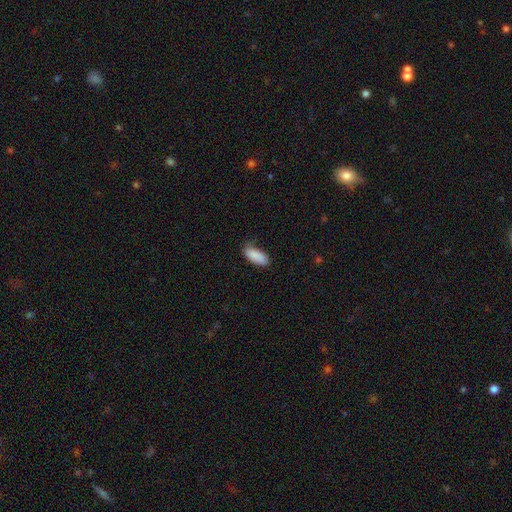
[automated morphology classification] Smooth or featured? Predicted: smooth (p=0.89). How rounded? Predicted: in between (p=0.87). Merging? Predicted: none (p=0.67).